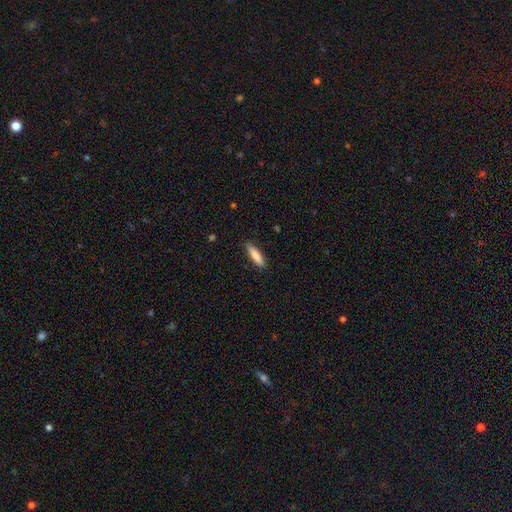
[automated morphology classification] A smooth galaxy with no disk features (81%) that is cigar-shaped (74%).

Vote fractions:
- Smooth or featured? smooth: 81% / featured or disk: 13% / star or artifact: 6%
- How rounded? cigar-shaped: 74% / in between: 24% / round: 1%
- Merging? none: 87% / minor disturbance: 10% / major disturbance: 2% / merger: 1%